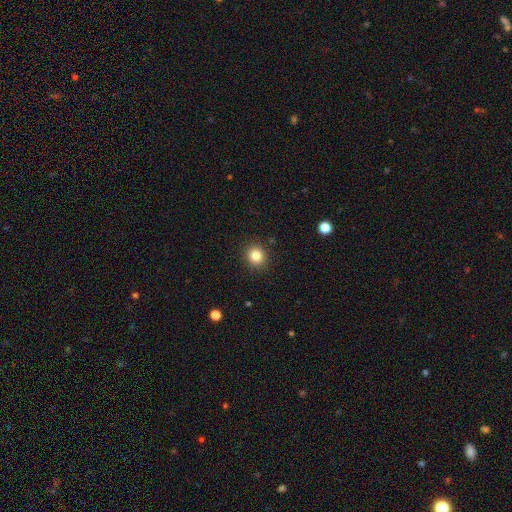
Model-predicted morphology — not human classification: Q: Smooth or featured?
A: smooth (83%); runner-up: star or artifact (11%)
Q: How rounded?
A: round (87%); runner-up: in between (12%)
Q: Merging?
A: none (91%); runner-up: minor disturbance (6%)